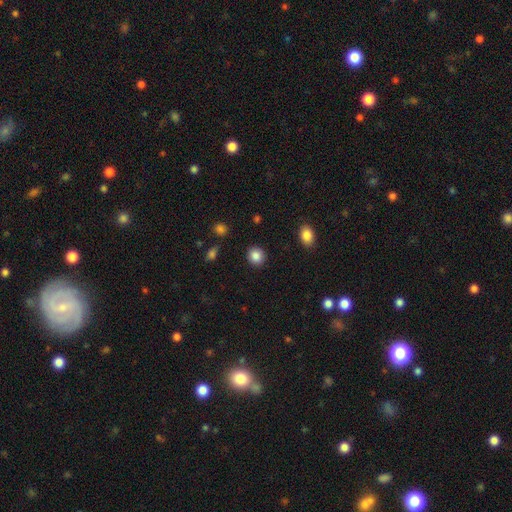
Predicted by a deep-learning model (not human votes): Smooth or featured? smooth (87%)
How rounded? round (82%)
Merging? none (90%)